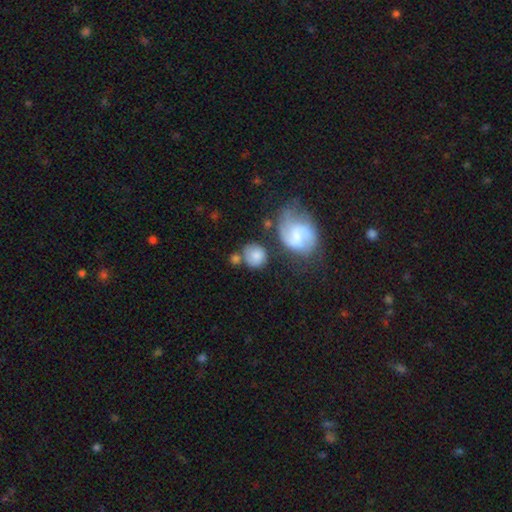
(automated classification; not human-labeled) Morphology: type=smooth (73%); roundness=round (85%); merging=none (63%).